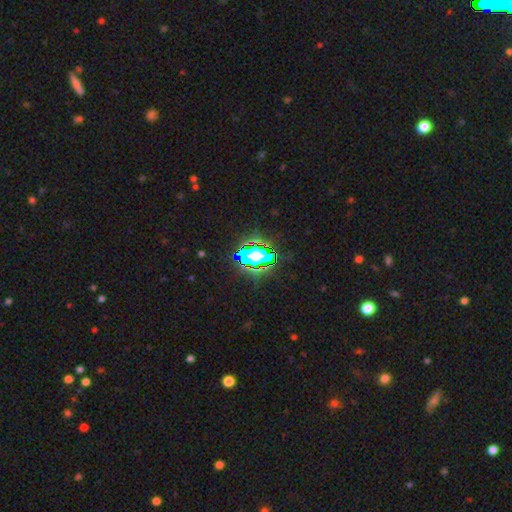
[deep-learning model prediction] Smooth or featured? star or artifact (61%)